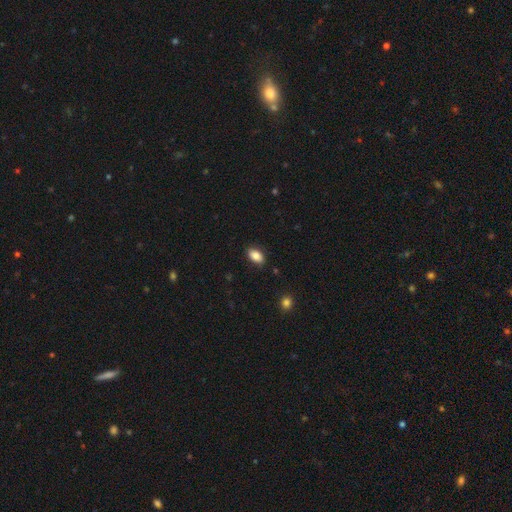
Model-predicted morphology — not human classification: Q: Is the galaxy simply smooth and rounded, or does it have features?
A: smooth — 86%.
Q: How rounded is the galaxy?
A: in between — 92%.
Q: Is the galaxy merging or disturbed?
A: none — 85%.